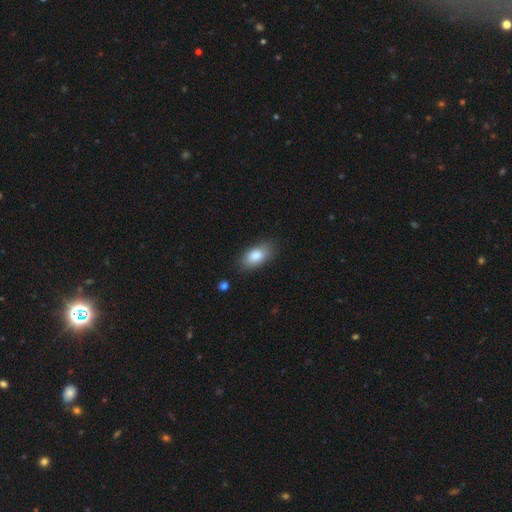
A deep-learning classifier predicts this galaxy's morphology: smooth_or_featured: smooth (p=0.84) [alt: featured or disk p=0.09]
how_rounded: in between (p=0.90) [alt: cigar-shaped p=0.05]
merging: none (p=0.80) [alt: minor disturbance p=0.15]